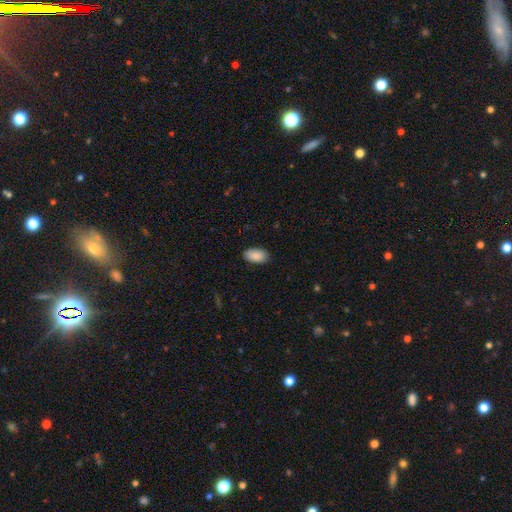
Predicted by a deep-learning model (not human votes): smooth-or-featured: smooth: 89% | star or artifact: 6% | featured or disk: 5%
  how-rounded: in between: 95% | round: 3% | cigar-shaped: 2%
  merging: none: 88% | minor disturbance: 9% | major disturbance: 2% | merger: 1%